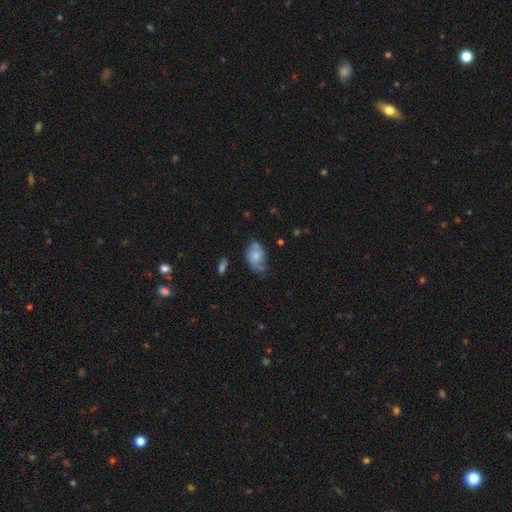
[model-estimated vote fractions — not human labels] Smooth or featured? featured or disk (46%, tied with smooth)
Merging? none (54%)